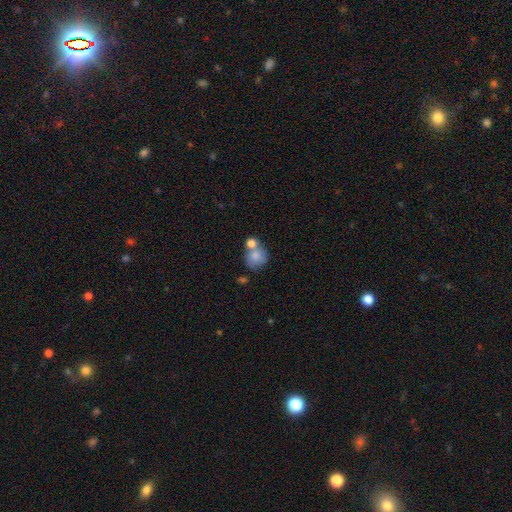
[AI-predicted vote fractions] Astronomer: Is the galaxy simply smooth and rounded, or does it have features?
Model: smooth — 79%.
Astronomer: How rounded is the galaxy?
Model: round — 75%.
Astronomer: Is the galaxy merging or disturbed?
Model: none — 43% (runner-up: merger, 39%).